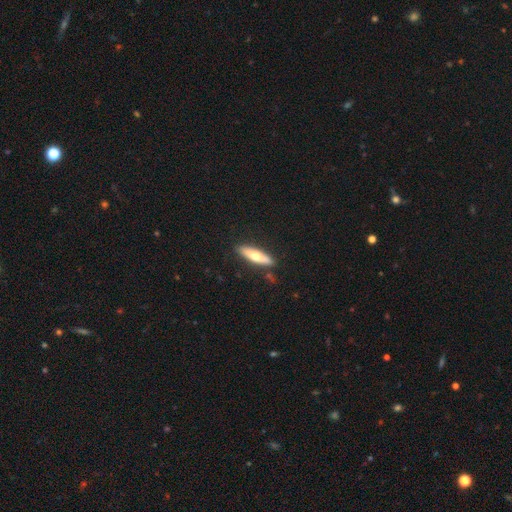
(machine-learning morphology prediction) smooth-or-featured: smooth: 58% | featured or disk: 37% | star or artifact: 5%
  how-rounded: cigar-shaped: 73% | in between: 25% | round: 2%
  merging: none: 86% | minor disturbance: 10% | merger: 2% | major disturbance: 2%